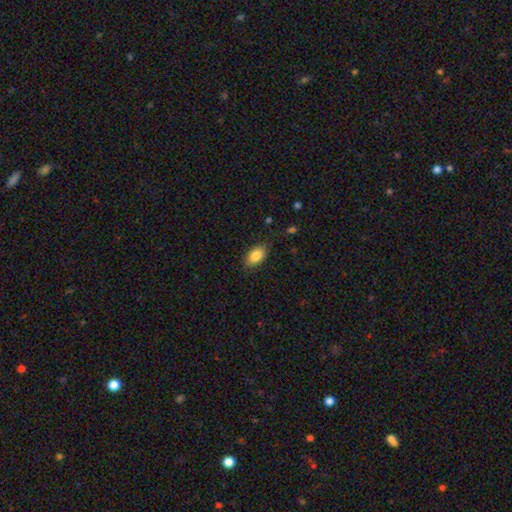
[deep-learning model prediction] smooth-or-featured: smooth: 84% | featured or disk: 8% | star or artifact: 7%
  how-rounded: in between: 89% | round: 7% | cigar-shaped: 3%
  merging: none: 82% | minor disturbance: 14% | major disturbance: 3% | merger: 1%